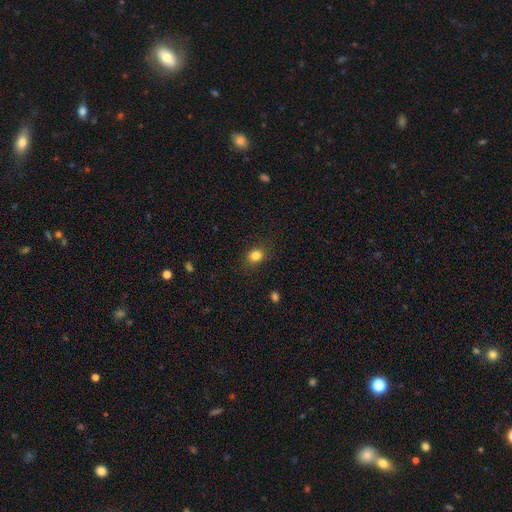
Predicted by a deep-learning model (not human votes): Smooth or featured: smooth — 83% (star or artifact — 11%)
How rounded: round — 55% (in between — 44%)
Merging: none — 84% (minor disturbance — 11%)